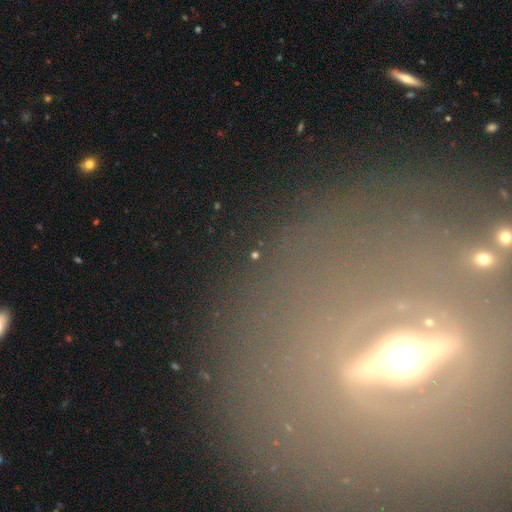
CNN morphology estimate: This is likely a star or artifact rather than a galaxy (68%).